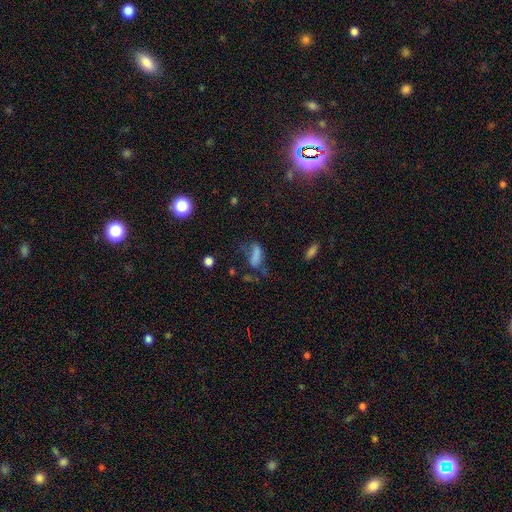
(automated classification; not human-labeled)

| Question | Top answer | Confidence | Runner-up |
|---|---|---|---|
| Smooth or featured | smooth | 70% | featured or disk (17%) |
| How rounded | in between | 76% | cigar-shaped (20%) |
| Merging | none | 33% | major disturbance (32%) |